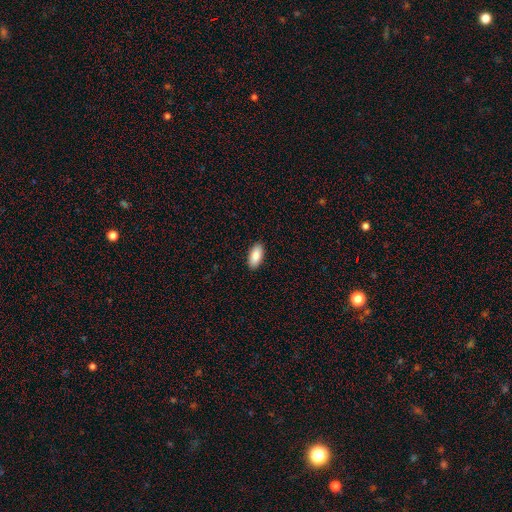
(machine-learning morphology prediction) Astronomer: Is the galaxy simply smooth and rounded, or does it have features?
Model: smooth — 89%.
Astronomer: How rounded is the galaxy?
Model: in between — 93%.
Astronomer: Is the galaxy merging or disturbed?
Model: none — 90%.